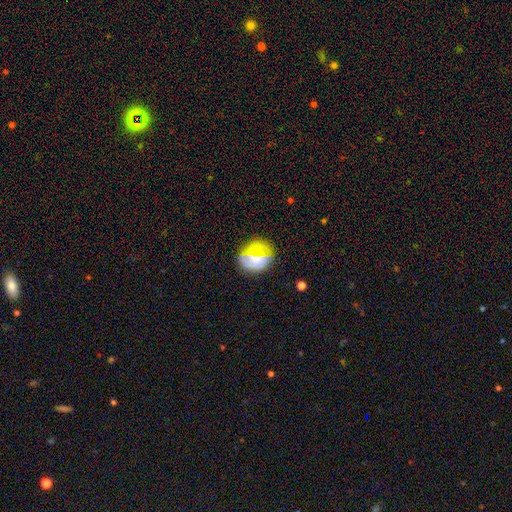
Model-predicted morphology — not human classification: Smooth or featured? Predicted: smooth (p=0.57). How rounded? Predicted: round (p=0.76). Merging? Predicted: none (p=0.76).